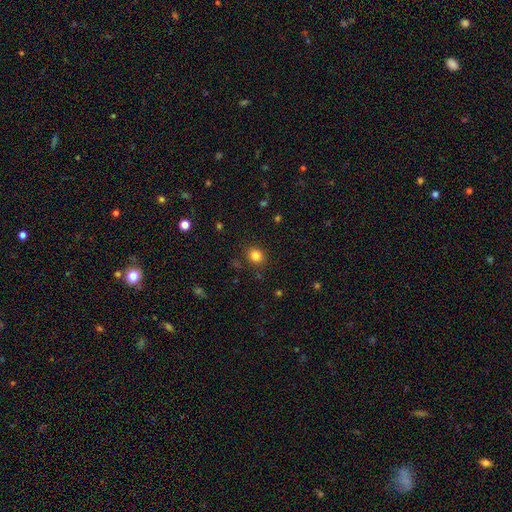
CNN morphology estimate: Smooth or featured? smooth (82%)
How rounded? round (77%)
Merging? none (87%)